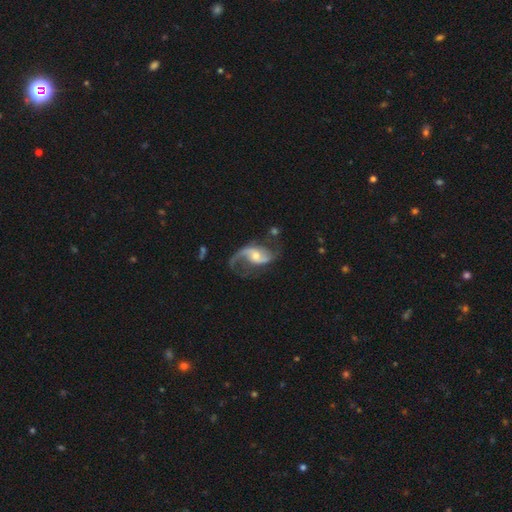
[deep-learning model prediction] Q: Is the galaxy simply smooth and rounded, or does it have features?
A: featured or disk — 86%.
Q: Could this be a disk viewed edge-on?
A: no — 97%.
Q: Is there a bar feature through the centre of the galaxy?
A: no — 46%.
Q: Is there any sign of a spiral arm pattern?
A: yes — 95%.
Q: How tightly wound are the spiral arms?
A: loose — 68%.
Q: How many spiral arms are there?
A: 2 — 75%.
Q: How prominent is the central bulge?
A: moderate — 55%.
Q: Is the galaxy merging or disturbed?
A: none — 52%.